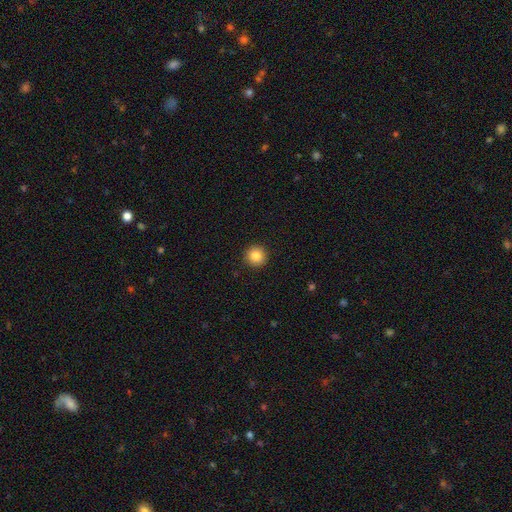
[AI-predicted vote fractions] smooth-or-featured: smooth: 86% | star or artifact: 9% | featured or disk: 5%
  how-rounded: round: 95% | in between: 4% | cigar-shaped: 1%
  merging: none: 93% | minor disturbance: 5% | major disturbance: 2% | merger: 1%